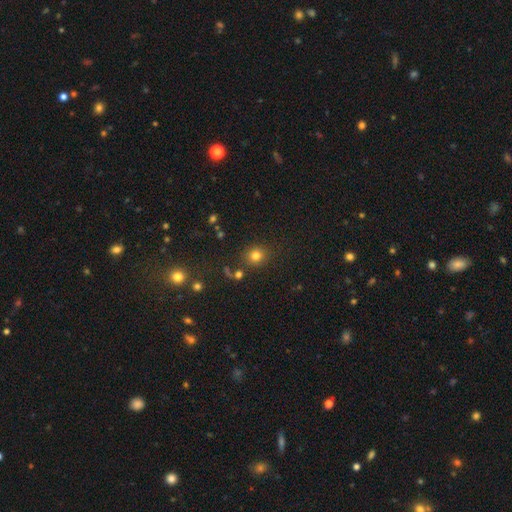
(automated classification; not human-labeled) smooth_or_featured: smooth (p=0.78) [alt: star or artifact p=0.15]
how_rounded: round (p=0.81) [alt: in between p=0.18]
merging: none (p=0.82) [alt: minor disturbance p=0.09]